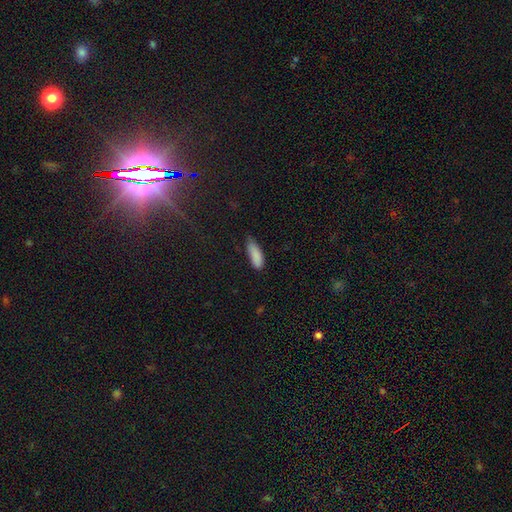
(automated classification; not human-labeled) A smooth galaxy with no disk features (87%) that is in between round and cigar-shaped (62%). Merging: none (52%).